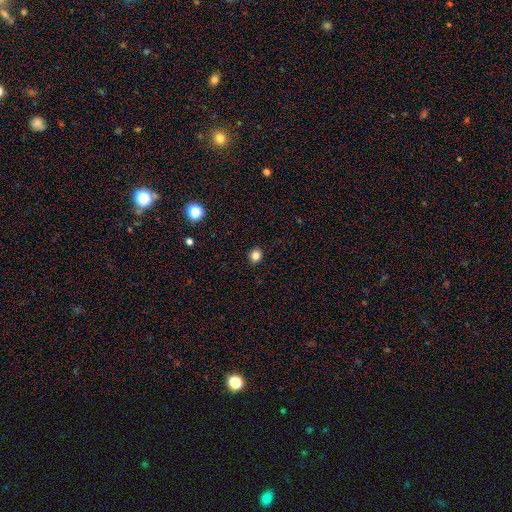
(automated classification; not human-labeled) smooth_or_featured: smooth (p=0.83) [alt: star or artifact p=0.13]
how_rounded: round (p=0.84) [alt: in between p=0.15]
merging: none (p=0.91) [alt: minor disturbance p=0.06]